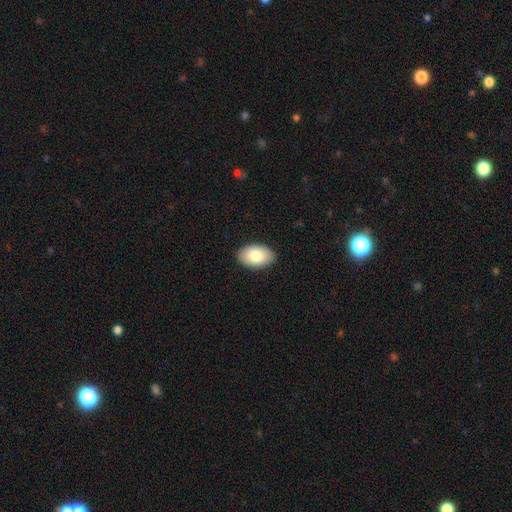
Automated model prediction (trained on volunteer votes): smooth-or-featured: smooth: 82% | featured or disk: 11% | star or artifact: 6%
  how-rounded: in between: 93% | round: 6% | cigar-shaped: 1%
  merging: none: 89% | minor disturbance: 9% | major disturbance: 2% | merger: 1%